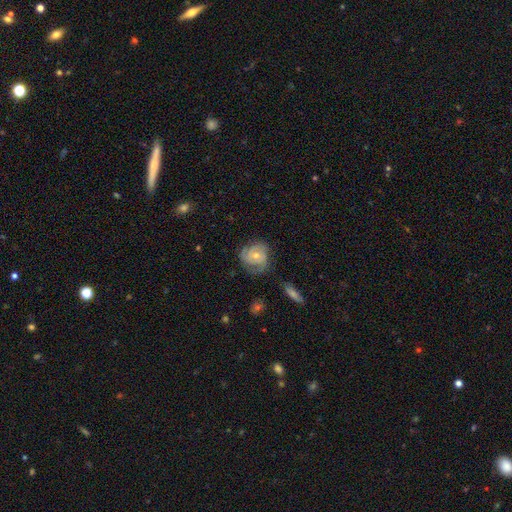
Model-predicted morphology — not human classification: Q: Smooth or featured?
A: featured or disk (74%); runner-up: smooth (20%)
Q: Edge-on disk?
A: no (97%); runner-up: yes (3%)
Q: Bar?
A: no (69%); runner-up: weak (26%)
Q: Spiral arms?
A: yes (92%); runner-up: no (8%)
Q: Spiral winding?
A: tight (58%); runner-up: medium (33%)
Q: Spiral arm count?
A: 2 (34%); runner-up: 3 (30%)
Q: Bulge size?
A: moderate (48%); runner-up: small (47%)
Q: Merging?
A: none (64%); runner-up: minor disturbance (23%)